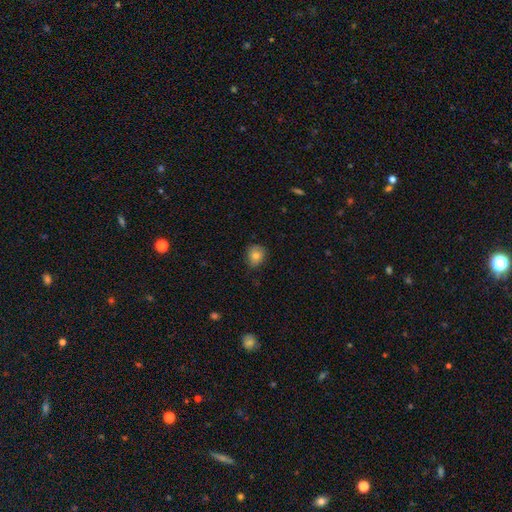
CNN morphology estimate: smooth 74%, featured or disk 17%, star or artifact 9%. Down the decision tree: how rounded — round (67%); merging — none (73%).